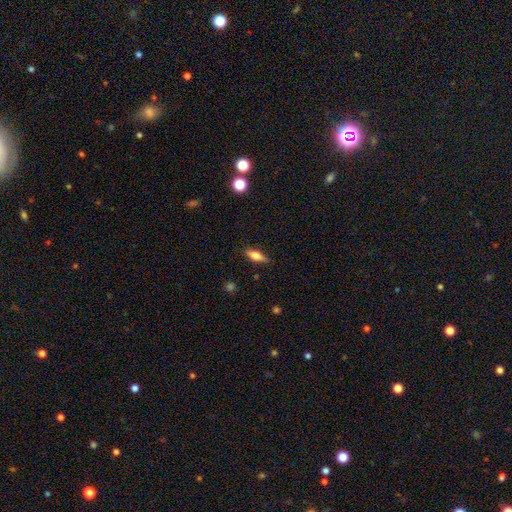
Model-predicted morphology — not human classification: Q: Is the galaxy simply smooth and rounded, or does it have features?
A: smooth — 70%.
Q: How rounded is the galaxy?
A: in between — 67%.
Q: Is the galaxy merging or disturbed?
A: none — 84%.